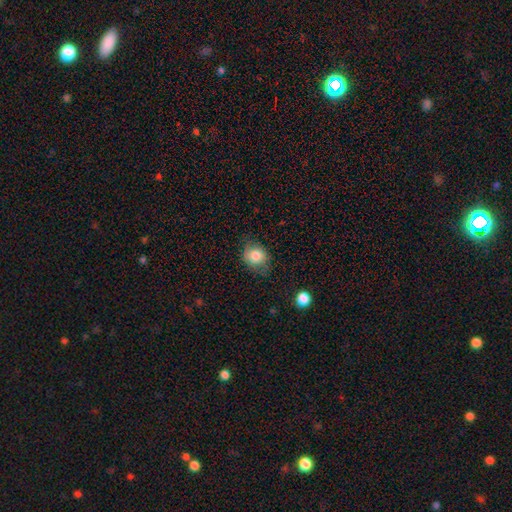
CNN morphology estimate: Smooth or featured: smooth — 81% (featured or disk — 10%)
How rounded: round — 59% (in between — 40%)
Merging: none — 70% (minor disturbance — 23%)